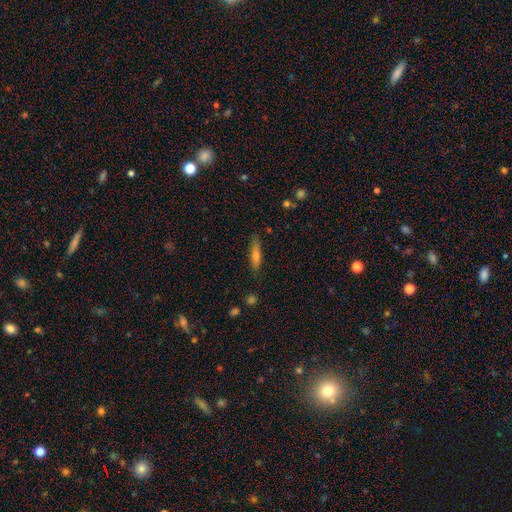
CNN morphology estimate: smooth-or-featured: smooth: 56% | featured or disk: 36% | star or artifact: 9%
  how-rounded: cigar-shaped: 80% | in between: 18% | round: 2%
  merging: none: 85% | minor disturbance: 11% | major disturbance: 2% | merger: 2%